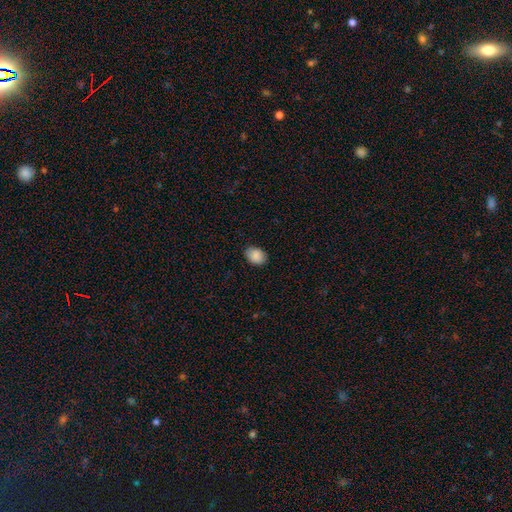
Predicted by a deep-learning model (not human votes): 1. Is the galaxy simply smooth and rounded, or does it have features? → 90% smooth, 7% star or artifact, 3% featured or disk.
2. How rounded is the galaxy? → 73% in between, 26% round, 1% cigar-shaped.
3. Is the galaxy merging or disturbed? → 86% none, 11% minor disturbance, 2% major disturbance, 1% merger.